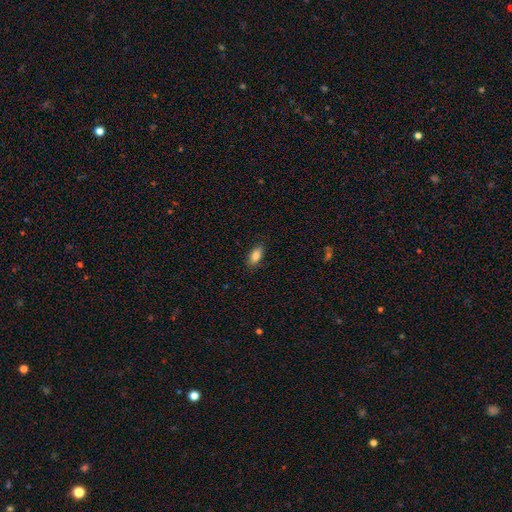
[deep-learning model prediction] A smooth galaxy with no disk features (86%) that is in between round and cigar-shaped (87%).

Vote fractions:
- Smooth or featured? smooth: 86% / star or artifact: 8% / featured or disk: 6%
- How rounded? in between: 87% / cigar-shaped: 9% / round: 3%
- Merging? none: 85% / minor disturbance: 11% / major disturbance: 3% / merger: 1%